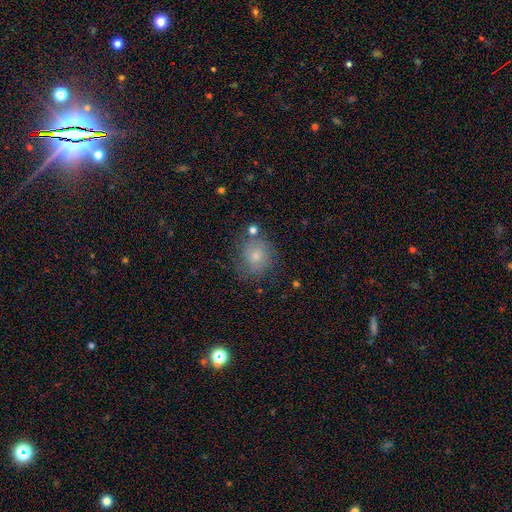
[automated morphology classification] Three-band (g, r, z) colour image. It shows a smooth galaxy with no disk features (65%) that is round (77%). Merging: none (64%).